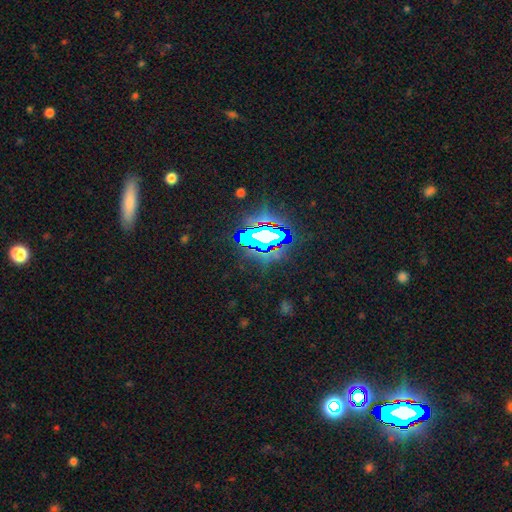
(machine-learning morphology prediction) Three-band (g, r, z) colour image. It shows a star or artifact, not a galaxy (78%).